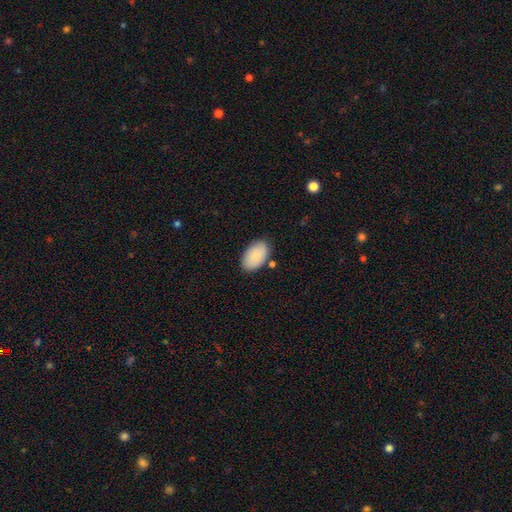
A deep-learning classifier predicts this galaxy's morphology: The model was most divided on "merging": none: 81%, minor disturbance: 13%, merger: 4%, major disturbance: 3%. More confident: how rounded — in between (94%); smooth or featured — smooth (82%).